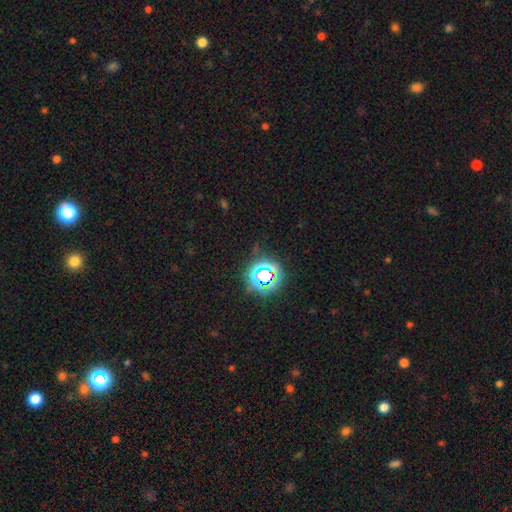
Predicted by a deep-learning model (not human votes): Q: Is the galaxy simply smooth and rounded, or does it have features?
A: star or artifact — 75%.